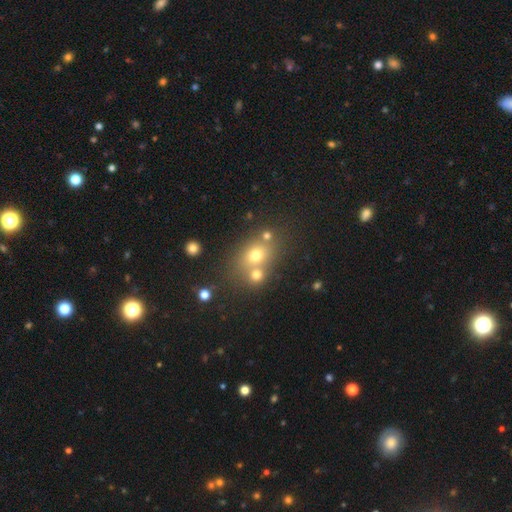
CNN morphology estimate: A smooth galaxy with no disk features (66%) that is round (58%). Merging: none (50%).